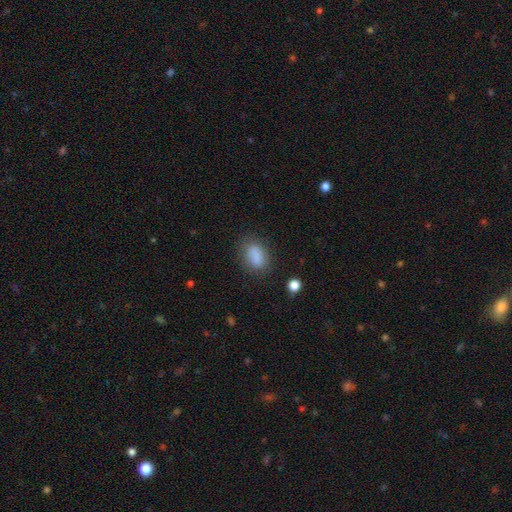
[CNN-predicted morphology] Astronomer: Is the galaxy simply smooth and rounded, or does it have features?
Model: smooth — 86%.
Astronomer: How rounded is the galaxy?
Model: in between — 85%.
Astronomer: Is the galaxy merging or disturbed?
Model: none — 78%.